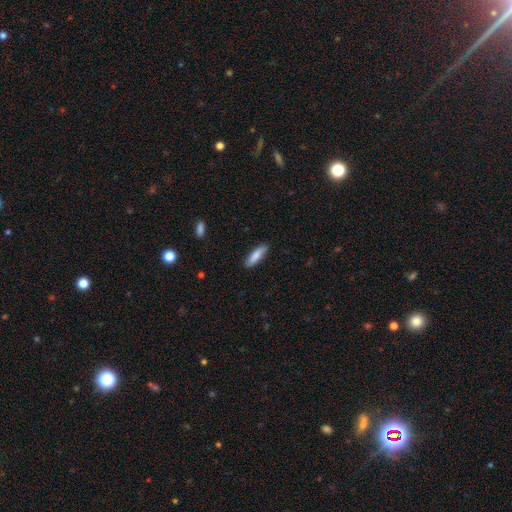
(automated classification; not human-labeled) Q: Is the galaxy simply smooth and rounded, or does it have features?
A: smooth — 83%.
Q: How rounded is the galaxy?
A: cigar-shaped — 58%.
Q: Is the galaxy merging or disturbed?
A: none — 87%.